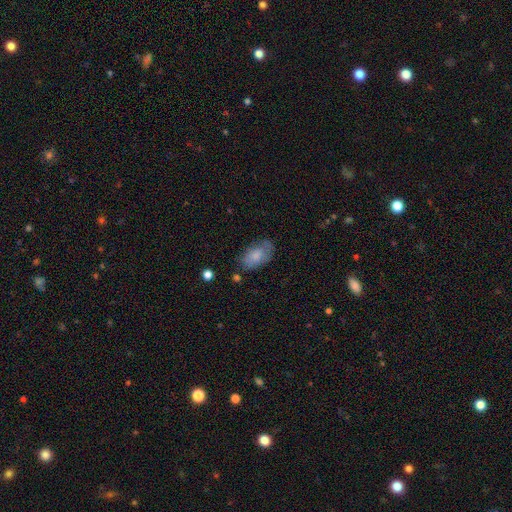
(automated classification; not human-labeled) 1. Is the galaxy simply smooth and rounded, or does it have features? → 79% smooth, 14% featured or disk, 7% star or artifact.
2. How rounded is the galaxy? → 93% in between, 5% round, 2% cigar-shaped.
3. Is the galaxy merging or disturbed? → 64% none, 25% minor disturbance, 8% major disturbance, 3% merger.